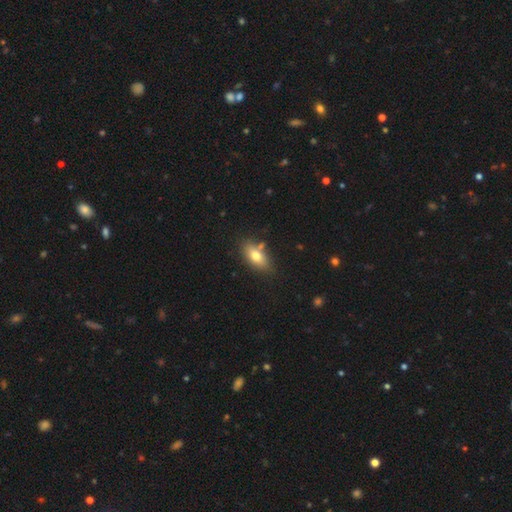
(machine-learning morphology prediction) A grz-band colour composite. It shows a smooth galaxy with no disk features (73%) that is in between round and cigar-shaped (84%). Merging: none (74%).